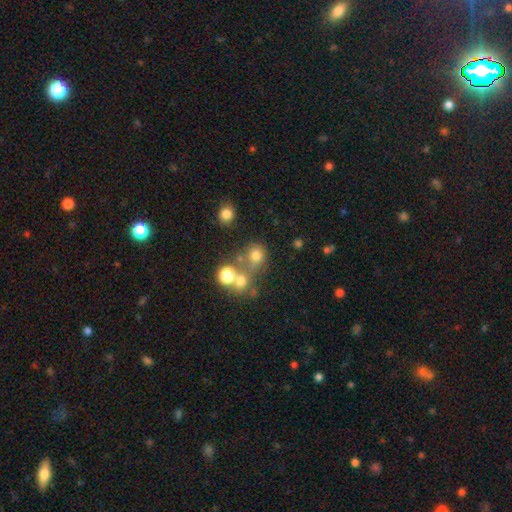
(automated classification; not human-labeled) A smooth galaxy with no disk features (71%) that is round (85%).

Vote fractions:
- Smooth or featured? smooth: 71% / star or artifact: 18% / featured or disk: 10%
- How rounded? round: 85% / in between: 14% / cigar-shaped: 1%
- Merging? none: 57% / merger: 27% / minor disturbance: 10% / major disturbance: 6%